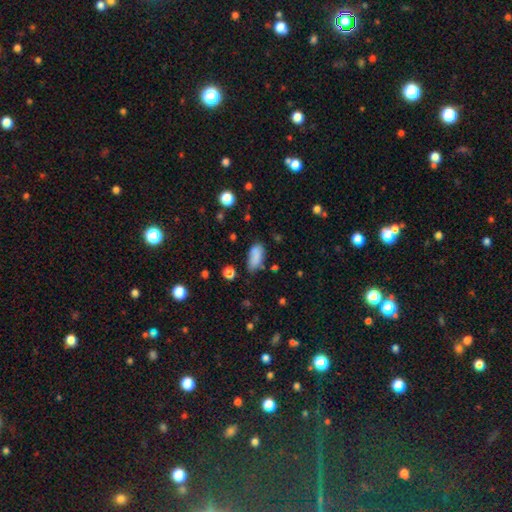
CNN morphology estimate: smooth-or-featured: smooth: 84% | star or artifact: 9% | featured or disk: 7%
  how-rounded: in between: 88% | cigar-shaped: 8% | round: 3%
  merging: none: 60% | minor disturbance: 29% | major disturbance: 7% | merger: 4%